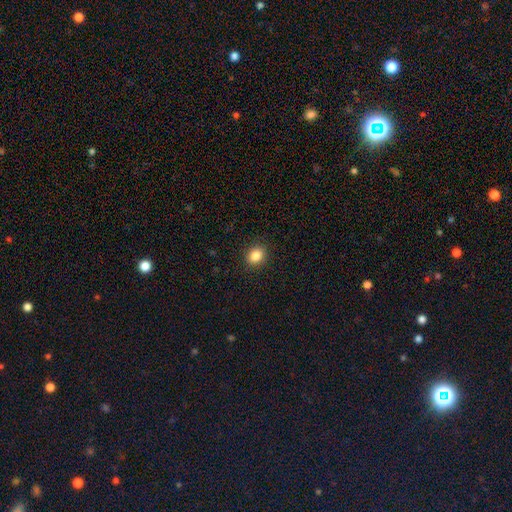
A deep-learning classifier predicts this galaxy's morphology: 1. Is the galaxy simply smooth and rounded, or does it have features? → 85% smooth, 10% star or artifact, 5% featured or disk.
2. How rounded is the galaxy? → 64% round, 35% in between, 1% cigar-shaped.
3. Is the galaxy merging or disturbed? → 90% none, 7% minor disturbance, 2% major disturbance, 1% merger.